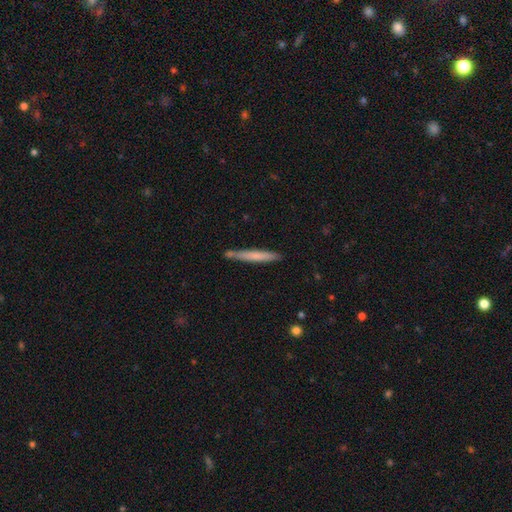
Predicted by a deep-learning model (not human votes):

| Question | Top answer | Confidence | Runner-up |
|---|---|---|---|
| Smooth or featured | smooth | 64% | featured or disk (30%) |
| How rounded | cigar-shaped | 96% | in between (3%) |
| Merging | none | 79% | minor disturbance (13%) |